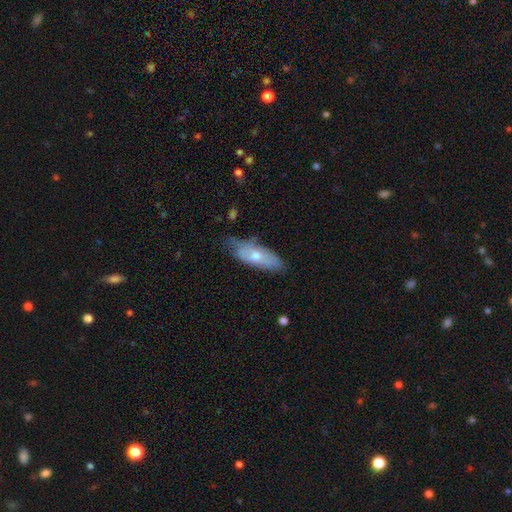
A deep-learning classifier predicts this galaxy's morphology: Overall: smooth (61%; featured or disk 32%). How rounded: in between (72%). Merging: none (60%; minor disturbance 30%).